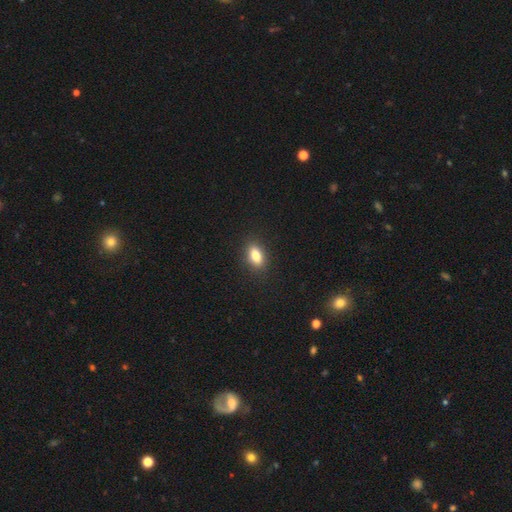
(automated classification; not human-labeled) Morphology: type=smooth (82%); roundness=in between (83%); merging=none (88%).